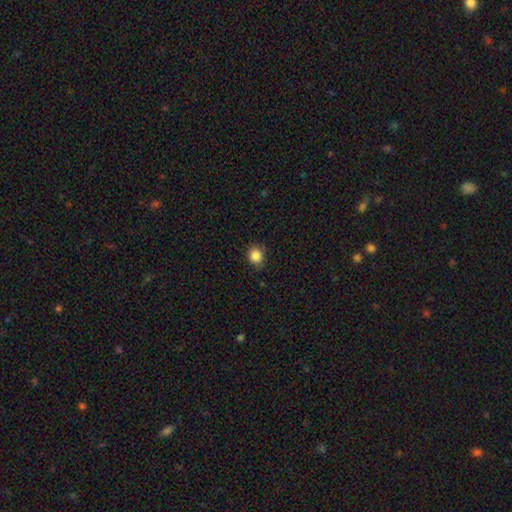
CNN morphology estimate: Smooth or featured? Predicted: smooth (p=0.86). How rounded? Predicted: round (p=0.84). Merging? Predicted: none (p=0.88).